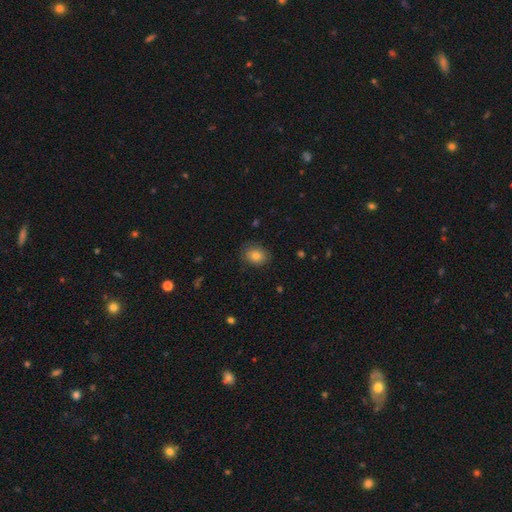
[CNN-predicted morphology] Smooth or featured?
  - smooth: 83% *
  - star or artifact: 9%
  - featured or disk: 8%
How rounded?
  - in between: 51% *
  - round: 48%
  - cigar-shaped: 1%
Merging?
  - none: 82% *
  - minor disturbance: 14%
  - major disturbance: 3%
  - merger: 1%